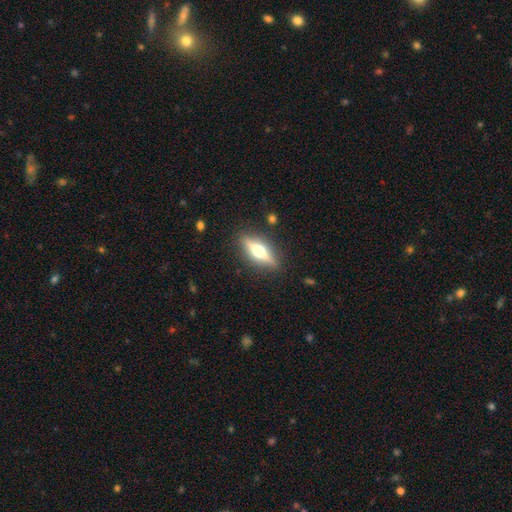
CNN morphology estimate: Smooth or featured: featured or disk — 56% (smooth — 36%)
Edge-on disk: yes — 90% (no — 10%)
Edge-on bulge: rounded — 95% (boxy — 3%)
Merging: none — 87% (minor disturbance — 9%)